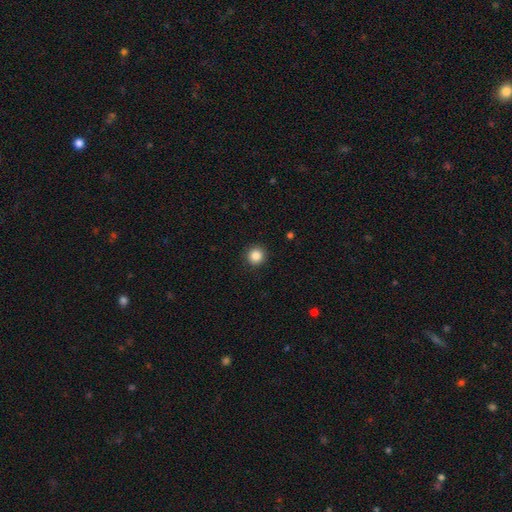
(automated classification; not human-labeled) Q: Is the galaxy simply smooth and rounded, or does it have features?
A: smooth — 85%.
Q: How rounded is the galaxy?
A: round — 95%.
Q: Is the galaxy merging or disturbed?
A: none — 92%.